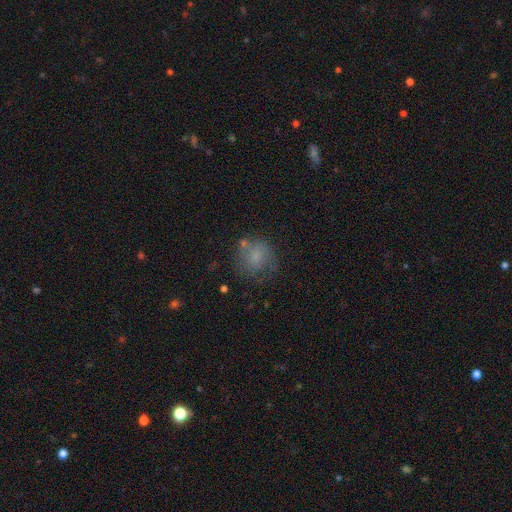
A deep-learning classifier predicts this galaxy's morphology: Smooth or featured: smooth — 69% (featured or disk — 19%)
How rounded: round — 82% (in between — 17%)
Merging: none — 60% (minor disturbance — 21%)